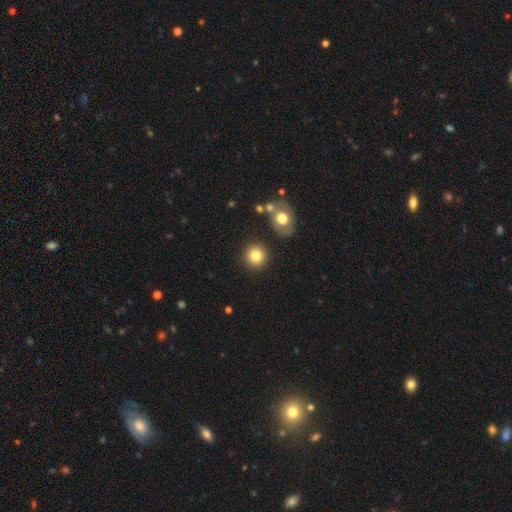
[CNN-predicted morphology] smooth 81%, star or artifact 11%, featured or disk 8%. Down the decision tree: how rounded — round (93%); merging — none (86%).